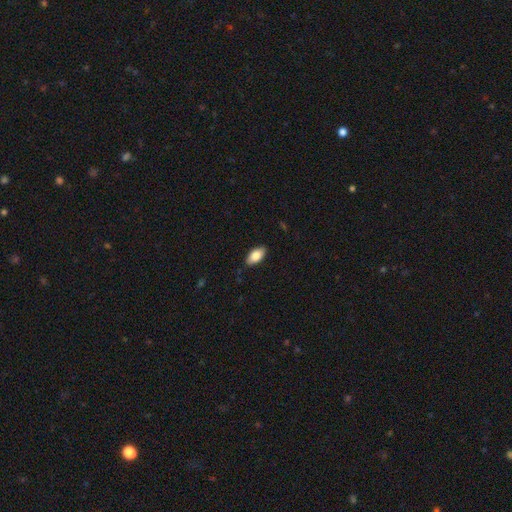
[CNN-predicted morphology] Overall: smooth (84%). How rounded: in between (93%). Merging: none (88%).